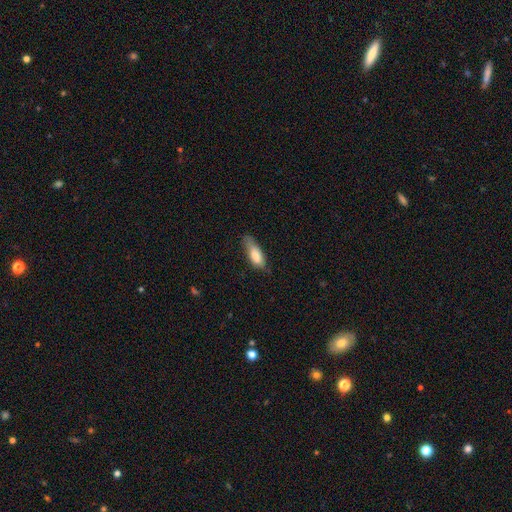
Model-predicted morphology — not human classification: smooth_or_featured: smooth (p=0.79) [alt: featured or disk p=0.15]
how_rounded: in between (p=0.69) [alt: cigar-shaped p=0.28]
merging: none (p=0.47) [alt: minor disturbance p=0.38]